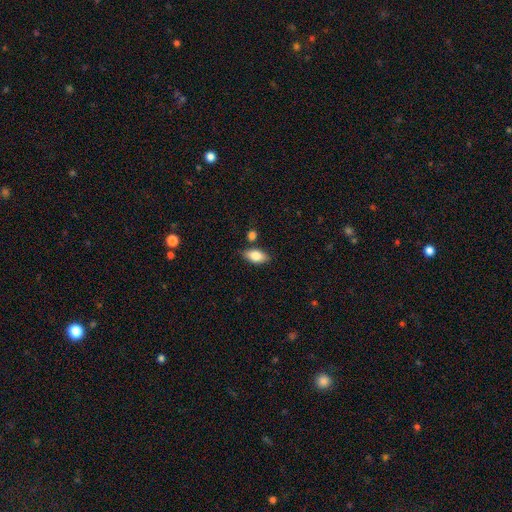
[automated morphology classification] A smooth galaxy with no disk features (80%) that is in between round and cigar-shaped (90%). Merging: none (77%).